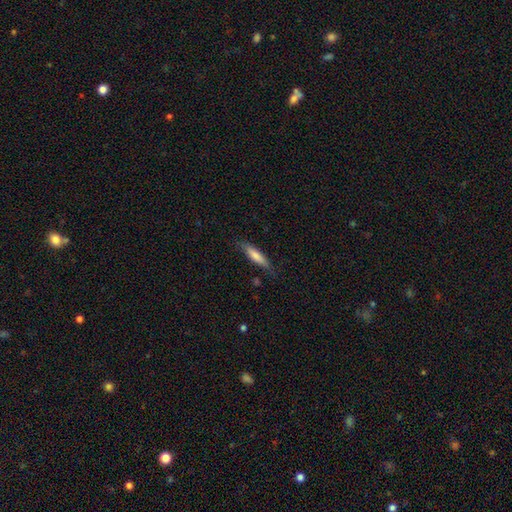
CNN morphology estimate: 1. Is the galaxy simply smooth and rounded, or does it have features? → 74% smooth, 20% featured or disk, 6% star or artifact.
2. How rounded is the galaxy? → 80% cigar-shaped, 19% in between, 1% round.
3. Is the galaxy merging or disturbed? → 79% none, 16% minor disturbance, 3% major disturbance, 1% merger.